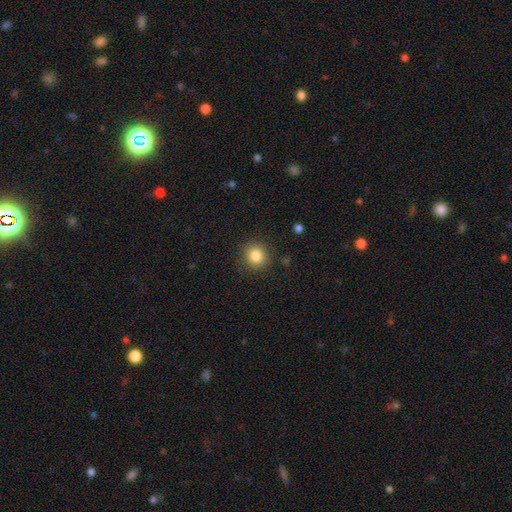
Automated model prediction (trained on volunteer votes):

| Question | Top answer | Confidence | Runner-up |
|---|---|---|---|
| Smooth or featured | smooth | 84% | star or artifact (11%) |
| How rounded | round | 92% | in between (7%) |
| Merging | none | 88% | minor disturbance (7%) |